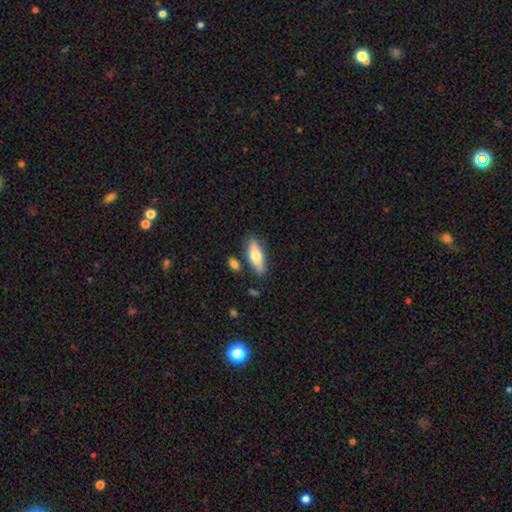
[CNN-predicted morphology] Smooth or featured?
  - smooth: 74% *
  - featured or disk: 20%
  - star or artifact: 6%
How rounded?
  - in between: 63% *
  - cigar-shaped: 35%
  - round: 2%
Merging?
  - none: 77% *
  - minor disturbance: 14%
  - merger: 6%
  - major disturbance: 3%